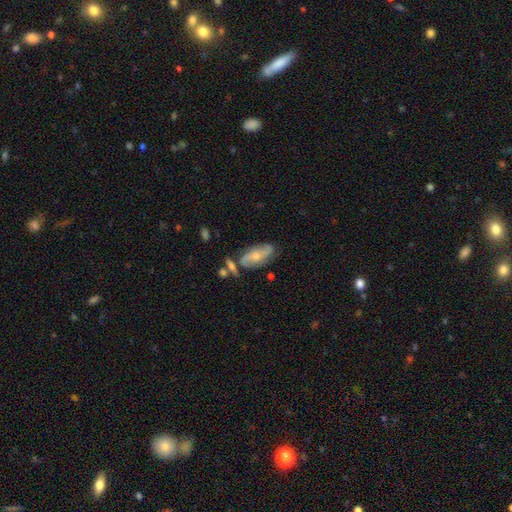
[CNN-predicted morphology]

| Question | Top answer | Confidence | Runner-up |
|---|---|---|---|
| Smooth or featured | featured or disk | 69% | smooth (23%) |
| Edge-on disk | no | 91% | yes (9%) |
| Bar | no | 60% | weak (31%) |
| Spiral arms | yes | 90% | no (10%) |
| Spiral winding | medium | 41% | loose (37%) |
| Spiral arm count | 2 | 81% | can't tell (10%) |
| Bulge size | small | 48% | moderate (44%) |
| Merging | none | 62% | minor disturbance (20%) |